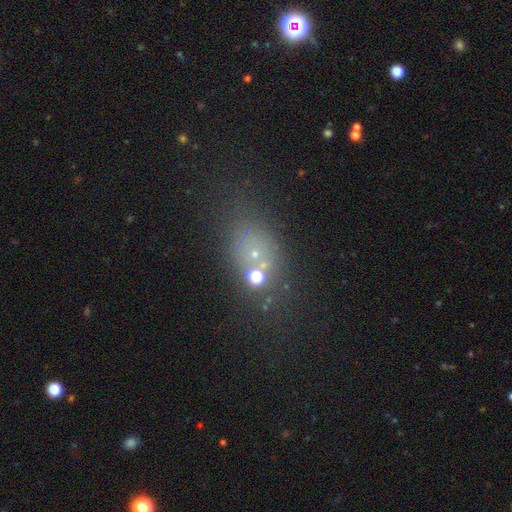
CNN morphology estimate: smooth 46%, star or artifact 34%, featured or disk 19%. Down the decision tree: merging — none (50%).